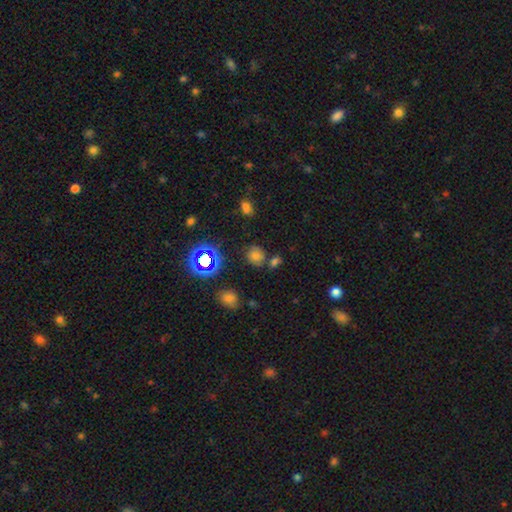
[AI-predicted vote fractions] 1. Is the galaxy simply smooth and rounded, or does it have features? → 59% smooth, 27% star or artifact, 14% featured or disk.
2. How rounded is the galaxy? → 74% round, 25% in between, 1% cigar-shaped.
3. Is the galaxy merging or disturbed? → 68% none, 14% minor disturbance, 13% merger, 5% major disturbance.